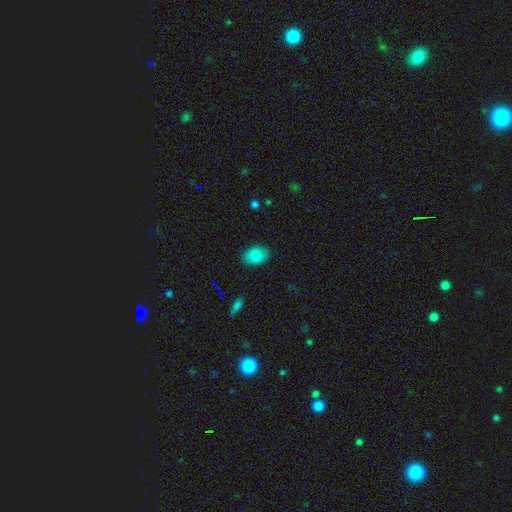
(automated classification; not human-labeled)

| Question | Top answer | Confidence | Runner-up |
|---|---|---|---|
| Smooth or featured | smooth | 86% | star or artifact (8%) |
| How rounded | in between | 82% | round (17%) |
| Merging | none | 85% | minor disturbance (11%) |